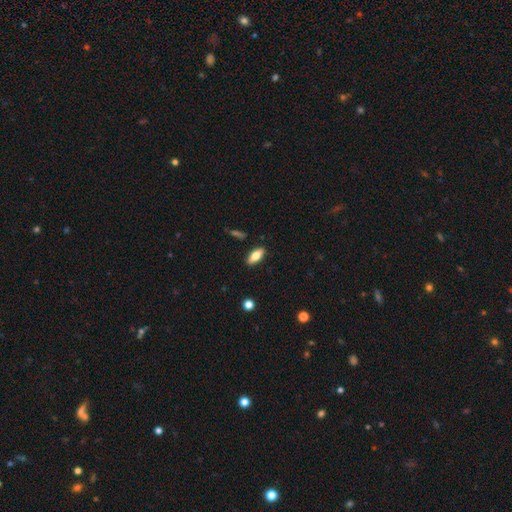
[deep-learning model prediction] This appears to be a smooth galaxy with no disk features (68%) that is in between round and cigar-shaped (79%). Merging: none (88%).